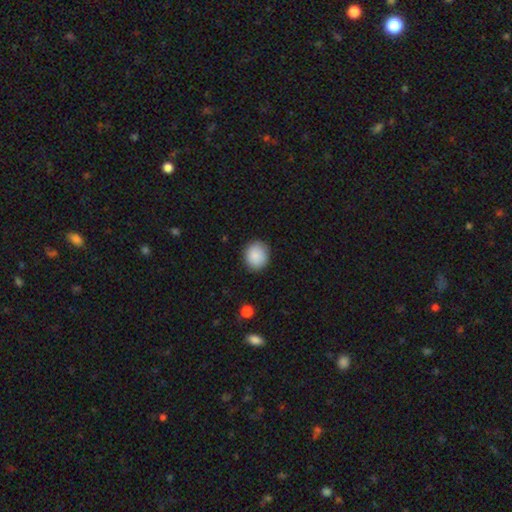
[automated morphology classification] smooth-or-featured: smooth: 88% | star or artifact: 8% | featured or disk: 5%
  how-rounded: round: 77% | in between: 22% | cigar-shaped: 1%
  merging: none: 87% | minor disturbance: 10% | major disturbance: 2% | merger: 1%